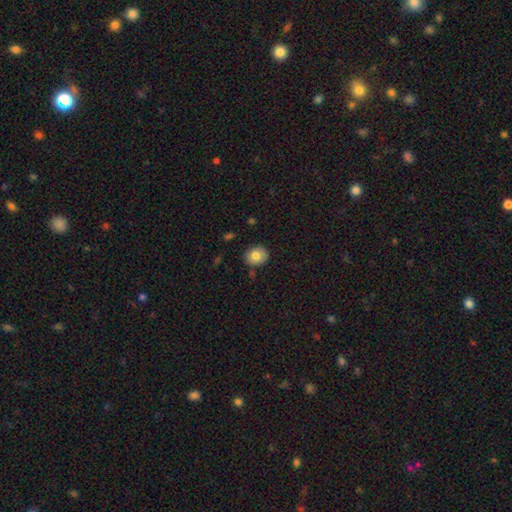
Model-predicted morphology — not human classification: A smooth galaxy with no disk features (77%) that is round (65%). Merging: none (83%).